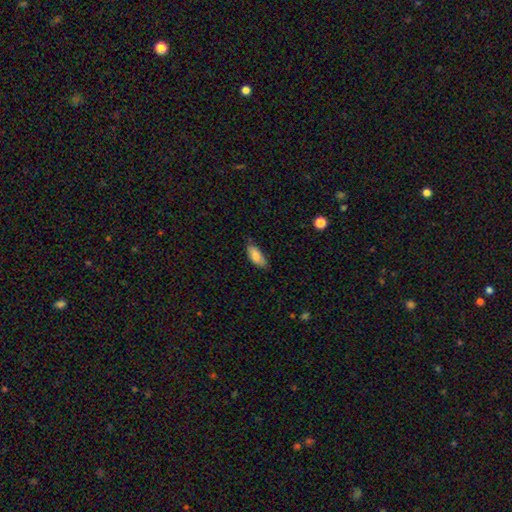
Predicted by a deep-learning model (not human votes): Smooth or featured?
  - smooth: 81% *
  - featured or disk: 13%
  - star or artifact: 7%
How rounded?
  - in between: 86% *
  - cigar-shaped: 11%
  - round: 2%
Merging?
  - none: 69% *
  - minor disturbance: 26%
  - major disturbance: 4%
  - merger: 2%